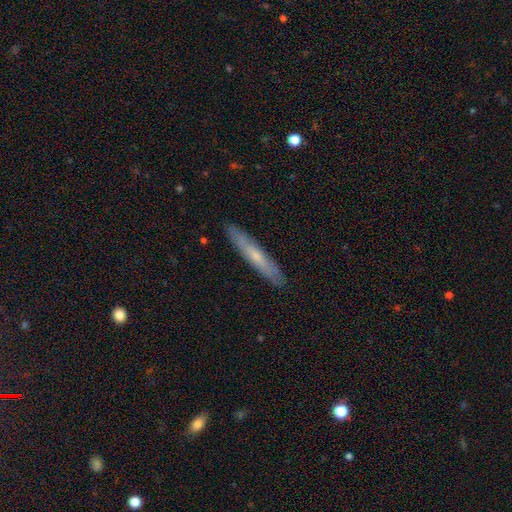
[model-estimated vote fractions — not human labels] This is possibly a smooth galaxy (49%). Merging: clearly none (89%).